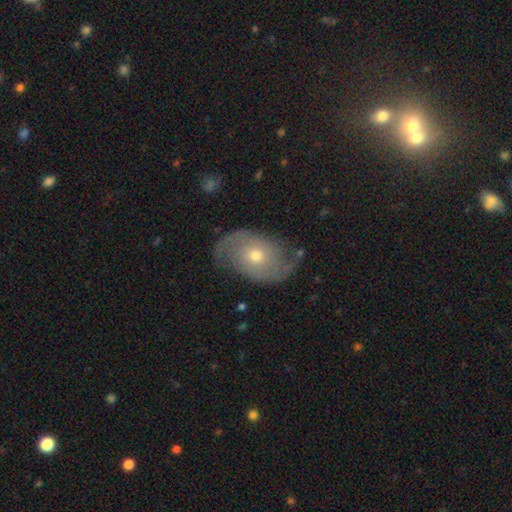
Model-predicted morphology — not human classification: This is likely a featured or disk galaxy (75%). It is clearly not viewed edge-on (96%). Bar: likely no (78%). Spiral arm pattern: clearly yes (89%). Spiral arm count: clearly 2 (86%). Spiral winding: marginally medium (40%). Central bulge: possibly moderate (53%). Merging: likely none (74%).